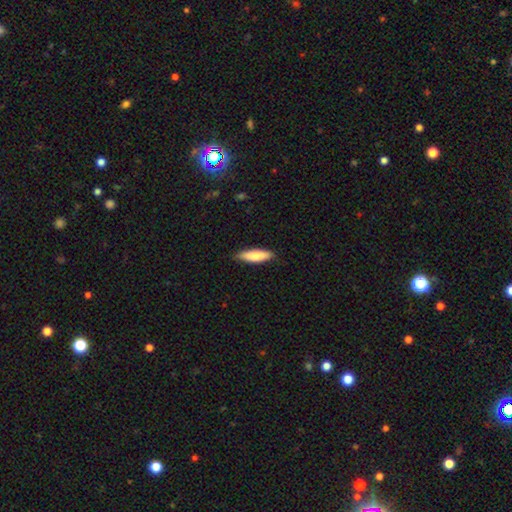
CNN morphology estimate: Smooth or featured? Predicted: smooth (p=0.80). How rounded? Predicted: cigar-shaped (p=0.58). Merging? Predicted: none (p=0.84).